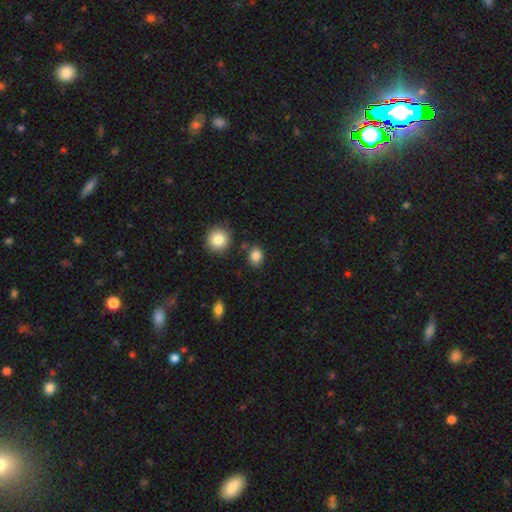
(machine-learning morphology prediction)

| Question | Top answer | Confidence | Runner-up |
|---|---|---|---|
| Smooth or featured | smooth | 84% | star or artifact (10%) |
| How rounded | in between | 60% | round (39%) |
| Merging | none | 81% | minor disturbance (11%) |